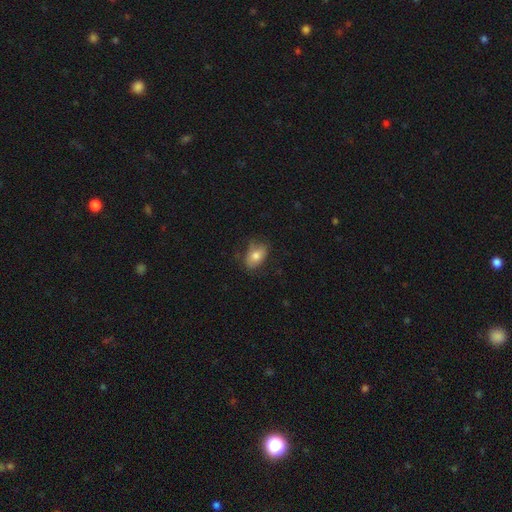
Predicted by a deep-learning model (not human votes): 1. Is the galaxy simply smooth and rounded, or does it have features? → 76% smooth, 16% featured or disk, 8% star or artifact.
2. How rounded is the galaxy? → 86% in between, 12% round, 2% cigar-shaped.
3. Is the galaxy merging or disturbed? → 68% none, 24% minor disturbance, 7% major disturbance, 1% merger.